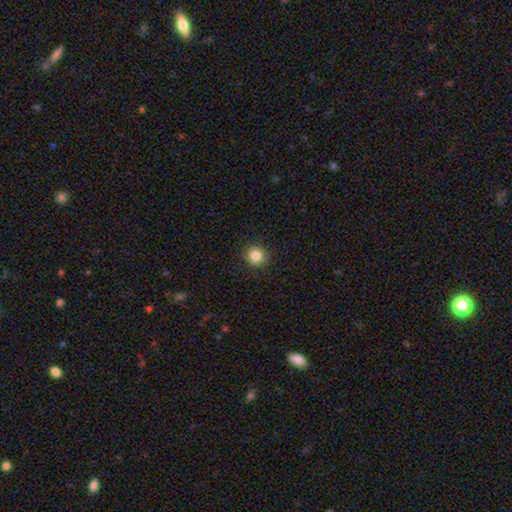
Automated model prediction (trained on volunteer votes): Smooth or featured? smooth (84%)
How rounded? round (92%)
Merging? none (91%)